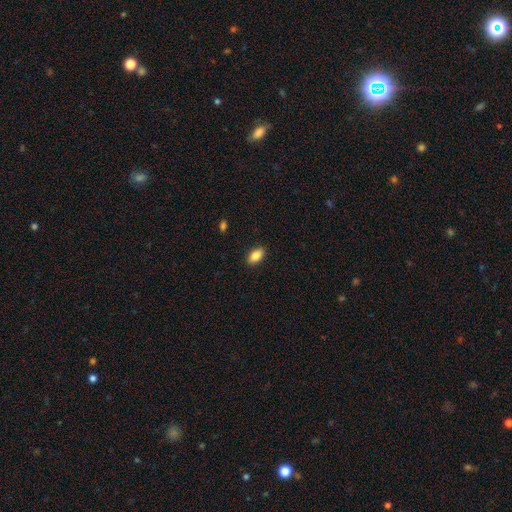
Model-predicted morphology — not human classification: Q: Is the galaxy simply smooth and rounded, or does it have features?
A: smooth — 86%.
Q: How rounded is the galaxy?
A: in between — 91%.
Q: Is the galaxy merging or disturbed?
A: none — 89%.